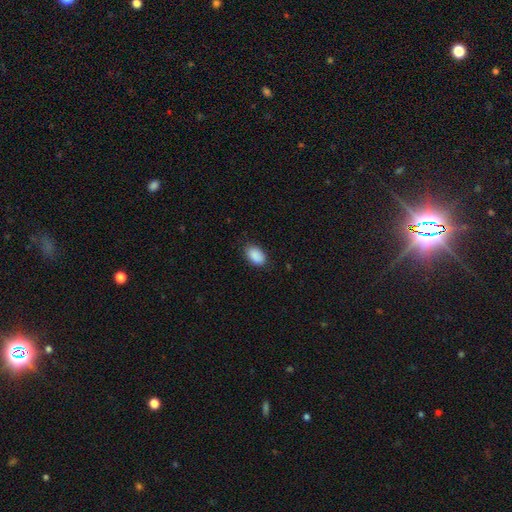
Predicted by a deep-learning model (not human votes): Overall: smooth (90%). How rounded: in between (91%). Merging: none (84%).